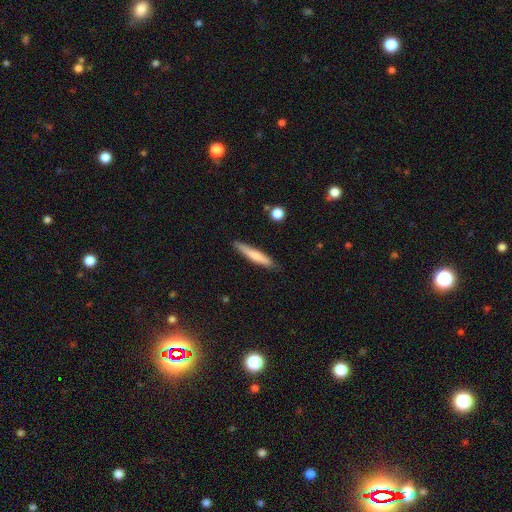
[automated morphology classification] A smooth galaxy with no disk features (68%) that is cigar-shaped (92%).

Vote fractions:
- Smooth or featured? smooth: 68% / featured or disk: 26% / star or artifact: 6%
- How rounded? cigar-shaped: 92% / in between: 7% / round: 1%
- Merging? none: 83% / minor disturbance: 13% / major disturbance: 2% / merger: 2%